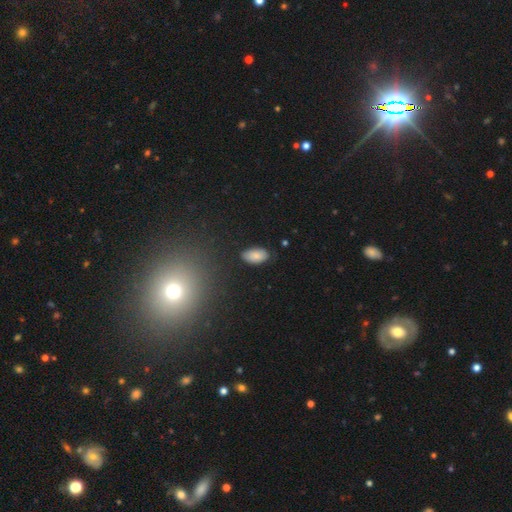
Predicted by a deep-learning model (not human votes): Q: Smooth or featured?
A: smooth (81%); runner-up: featured or disk (9%)
Q: How rounded?
A: in between (95%); runner-up: round (3%)
Q: Merging?
A: none (83%); runner-up: minor disturbance (13%)